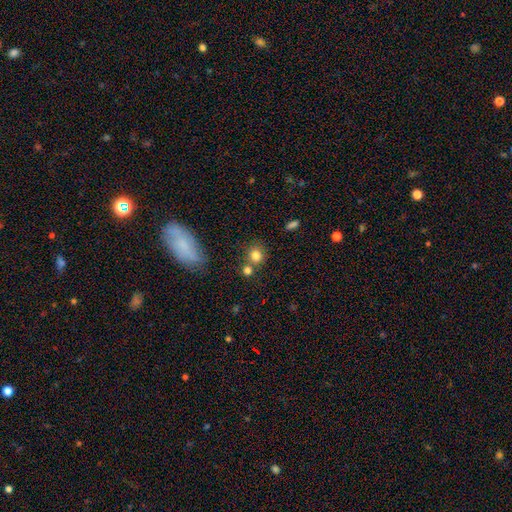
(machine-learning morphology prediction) This appears to be a smooth galaxy with no disk features (81%) that is round (82%). Merging: none (62%).